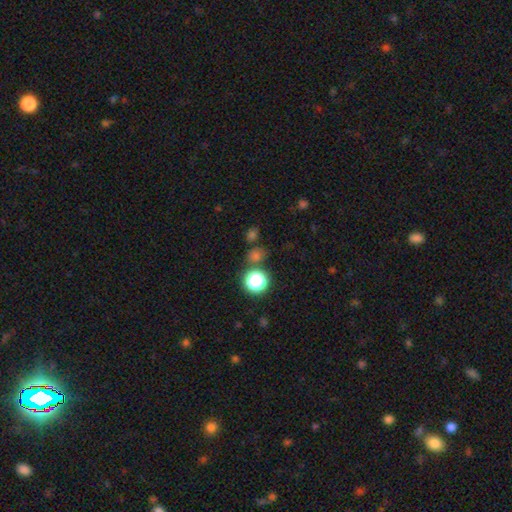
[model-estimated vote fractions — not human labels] A smooth galaxy with no disk features (56%) that is round (80%). Merging: none (73%).